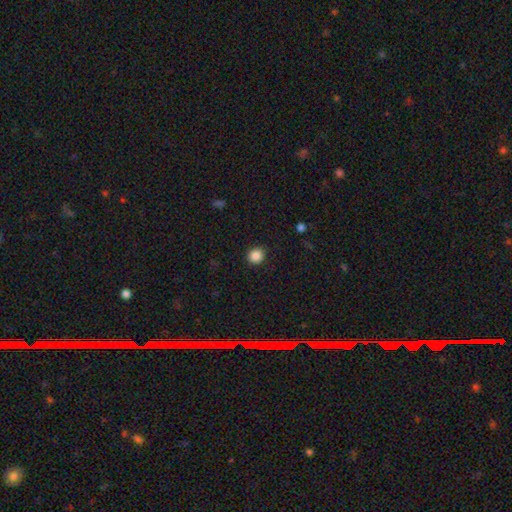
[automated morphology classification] Smooth or featured? smooth (87%)
How rounded? round (89%)
Merging? none (91%)